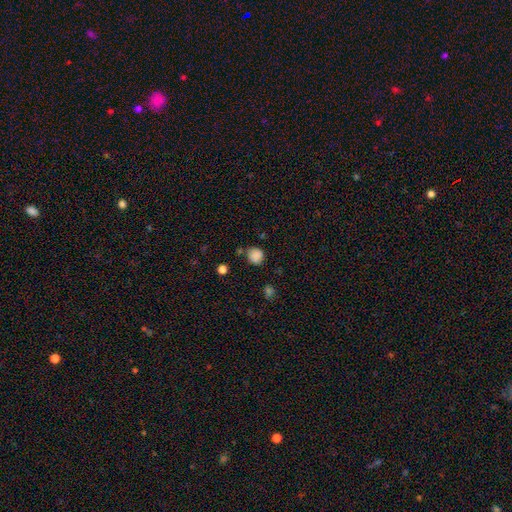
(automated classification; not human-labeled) smooth_or_featured: smooth (p=0.84) [alt: star or artifact p=0.11]
how_rounded: round (p=0.84) [alt: in between p=0.15]
merging: none (p=0.71) [alt: minor disturbance p=0.18]